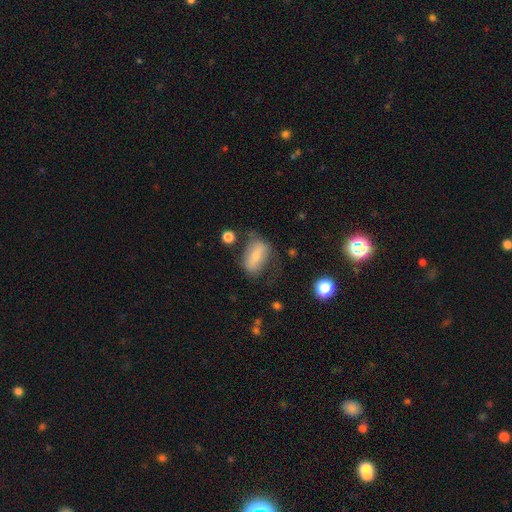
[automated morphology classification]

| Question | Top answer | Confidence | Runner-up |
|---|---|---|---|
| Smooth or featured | smooth | 62% | featured or disk (30%) |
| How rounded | in between | 86% | round (9%) |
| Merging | none | 48% | minor disturbance (26%) |